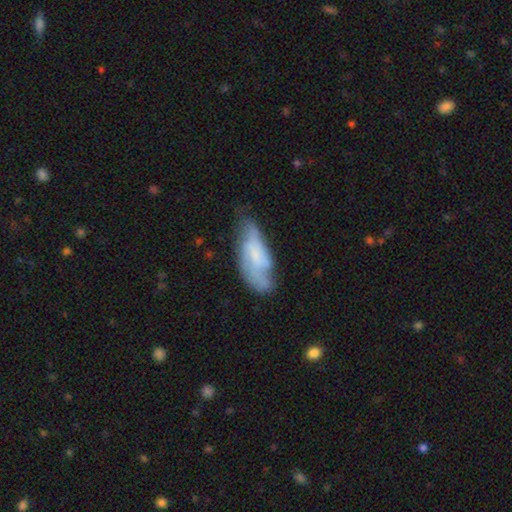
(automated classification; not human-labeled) The model was most divided on "smooth or featured": featured or disk: 50%, smooth: 43%, star or artifact: 7%. Remaining: edge-on disk — no (86%); merging — none (49%).